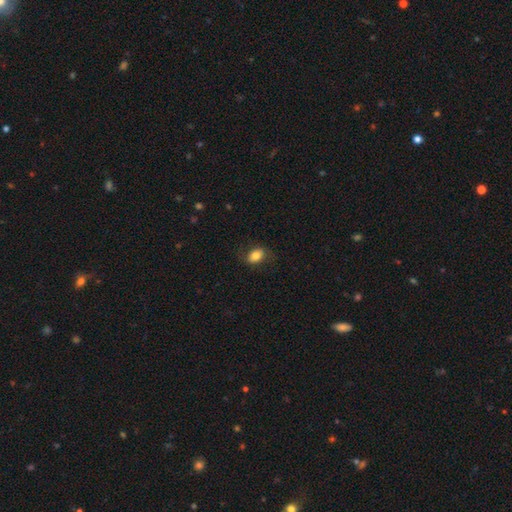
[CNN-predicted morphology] Smooth or featured? smooth (78%)
How rounded? in between (79%)
Merging? none (74%)